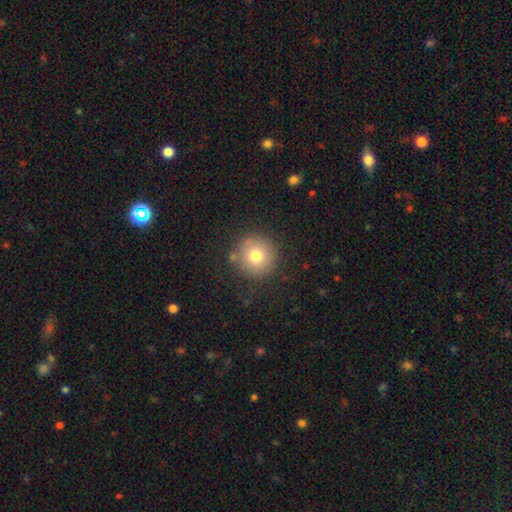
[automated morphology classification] Overall: smooth (76%). How rounded: round (95%). Merging: none (85%).